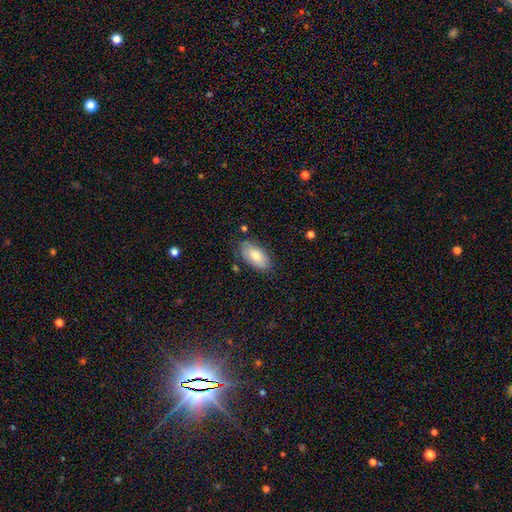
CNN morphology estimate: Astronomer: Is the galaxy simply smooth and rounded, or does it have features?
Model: smooth — 75%.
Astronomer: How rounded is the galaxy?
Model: in between — 93%.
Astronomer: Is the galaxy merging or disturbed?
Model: none — 75%.